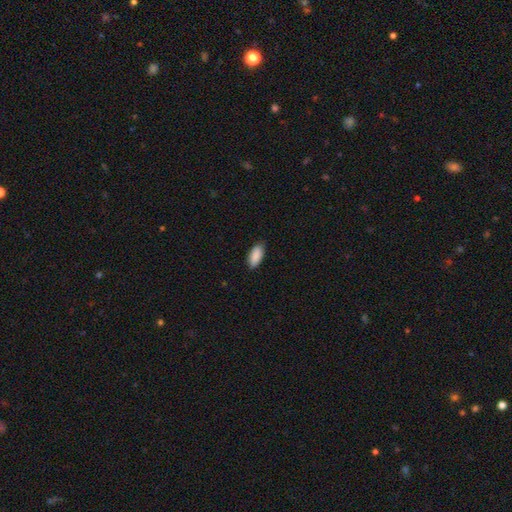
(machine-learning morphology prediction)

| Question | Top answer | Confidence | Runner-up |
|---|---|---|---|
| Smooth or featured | smooth | 90% | star or artifact (6%) |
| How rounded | in between | 87% | cigar-shaped (11%) |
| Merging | none | 86% | minor disturbance (11%) |